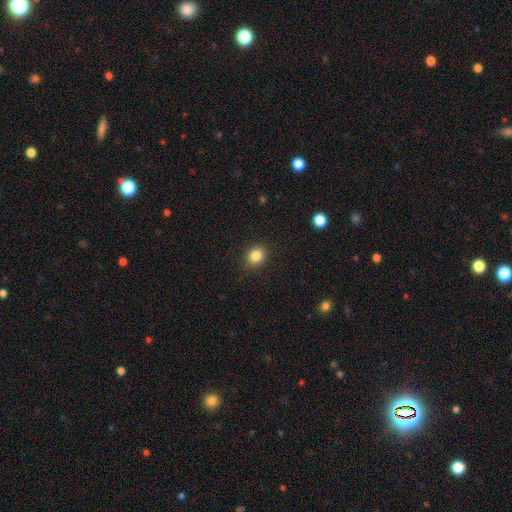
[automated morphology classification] smooth-or-featured: smooth: 85% | star or artifact: 10% | featured or disk: 5%
  how-rounded: round: 64% | in between: 35% | cigar-shaped: 1%
  merging: none: 86% | minor disturbance: 10% | major disturbance: 3% | merger: 1%